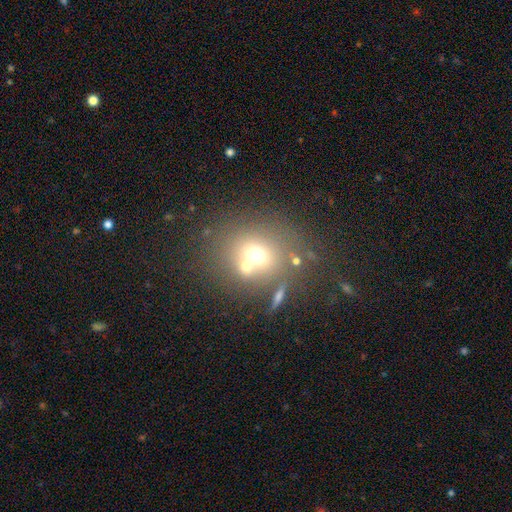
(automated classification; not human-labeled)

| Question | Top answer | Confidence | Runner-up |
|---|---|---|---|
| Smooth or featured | smooth | 65% | star or artifact (18%) |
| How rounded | round | 77% | in between (22%) |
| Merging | none | 53% | merger (31%) |